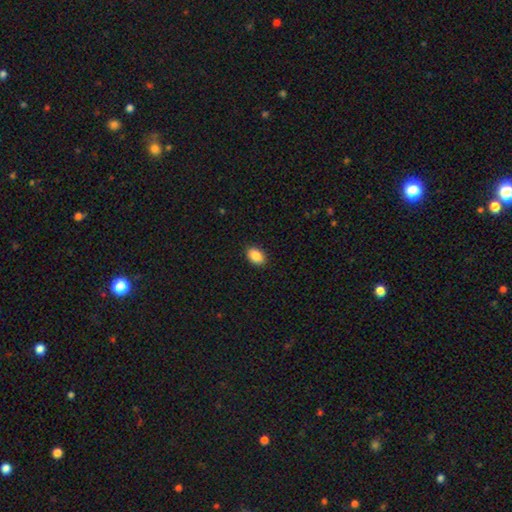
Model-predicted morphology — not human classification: smooth 90%, star or artifact 7%, featured or disk 3%. Down the decision tree: how rounded — in between (84%); merging — none (89%).